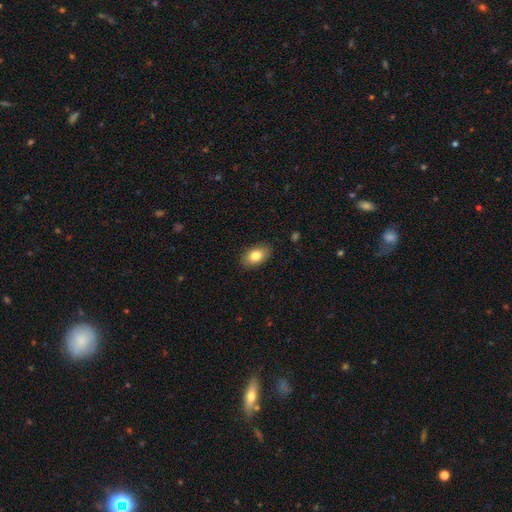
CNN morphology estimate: Smooth or featured? smooth (81%)
How rounded? in between (91%)
Merging? none (87%)